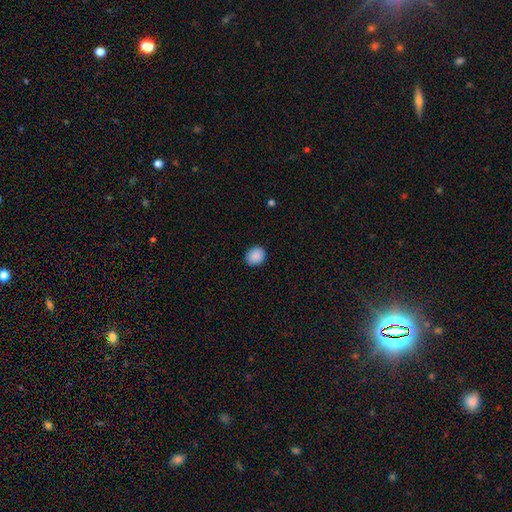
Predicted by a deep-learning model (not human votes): Q: Smooth or featured?
A: smooth (90%); runner-up: star or artifact (8%)
Q: How rounded?
A: round (73%); runner-up: in between (26%)
Q: Merging?
A: none (91%); runner-up: minor disturbance (7%)